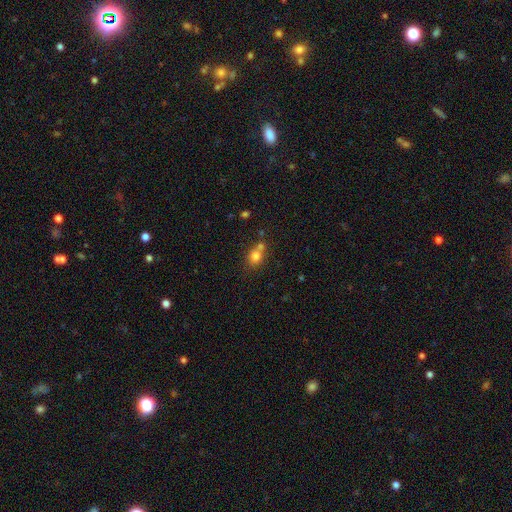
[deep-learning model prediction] A smooth galaxy with no disk features (78%) that is round (72%).

Vote fractions:
- Smooth or featured? smooth: 78% / star or artifact: 13% / featured or disk: 10%
- How rounded? round: 72% / in between: 27% / cigar-shaped: 1%
- Merging? none: 49% / merger: 37% / minor disturbance: 10% / major disturbance: 4%